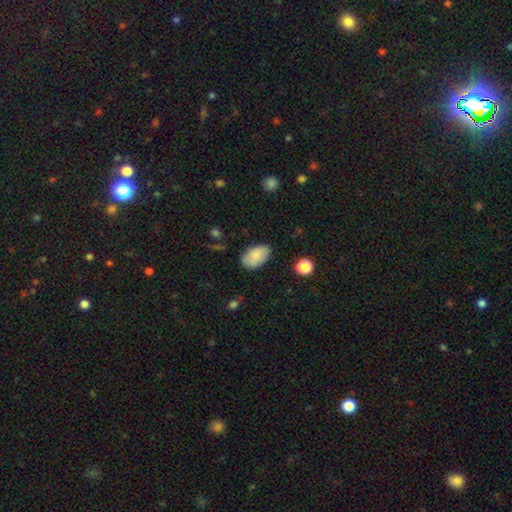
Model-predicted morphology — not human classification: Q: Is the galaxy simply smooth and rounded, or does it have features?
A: smooth — 81%.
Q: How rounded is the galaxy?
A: in between — 93%.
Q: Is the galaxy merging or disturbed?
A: none — 80%.